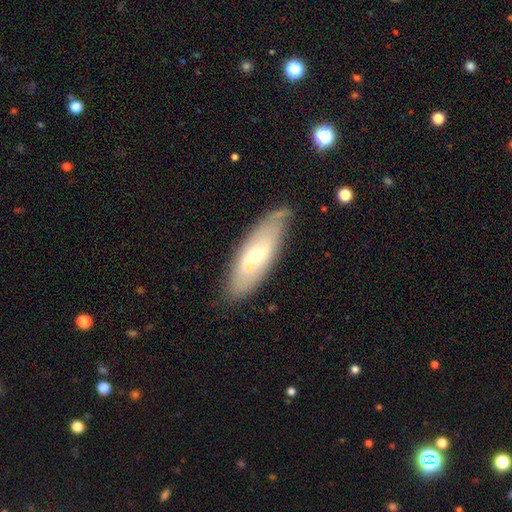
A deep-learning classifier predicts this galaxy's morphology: This is possibly a featured or disk galaxy (51%). It is likely not viewed edge-on (73%). Merging: likely none (63%).